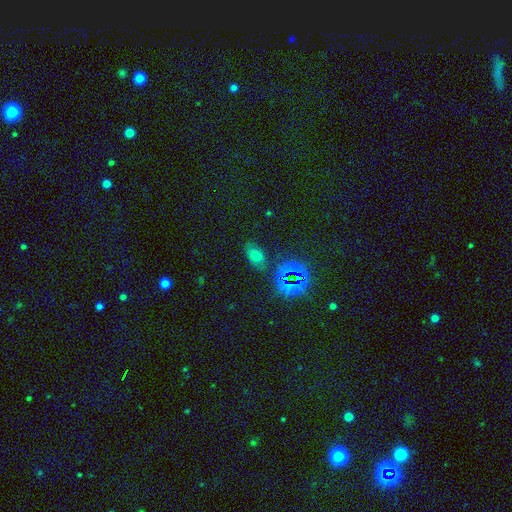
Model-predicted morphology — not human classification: A smooth galaxy with no disk features (54%) that is in between round and cigar-shaped (86%). Merging: none (75%).